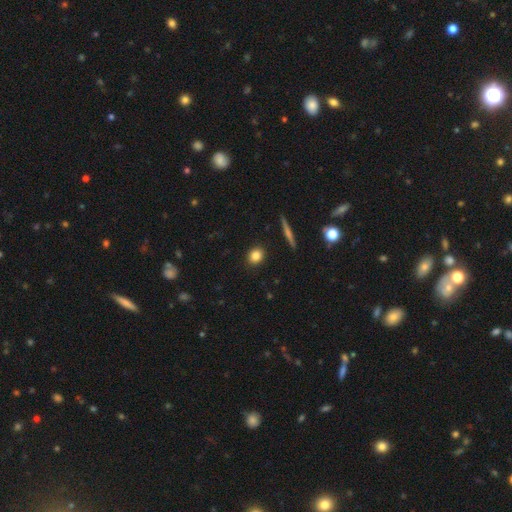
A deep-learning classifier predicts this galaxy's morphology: Q: Smooth or featured?
A: smooth (84%); runner-up: star or artifact (9%)
Q: How rounded?
A: round (66%); runner-up: in between (31%)
Q: Merging?
A: none (90%); runner-up: minor disturbance (7%)